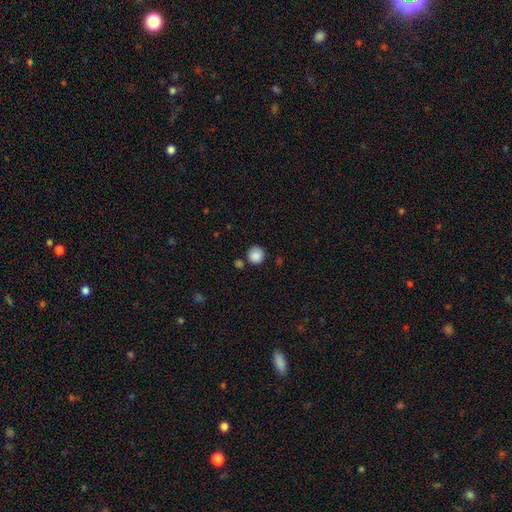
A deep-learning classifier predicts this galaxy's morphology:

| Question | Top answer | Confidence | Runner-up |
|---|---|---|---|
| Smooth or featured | smooth | 88% | star or artifact (9%) |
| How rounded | round | 93% | in between (6%) |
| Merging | none | 79% | minor disturbance (11%) |